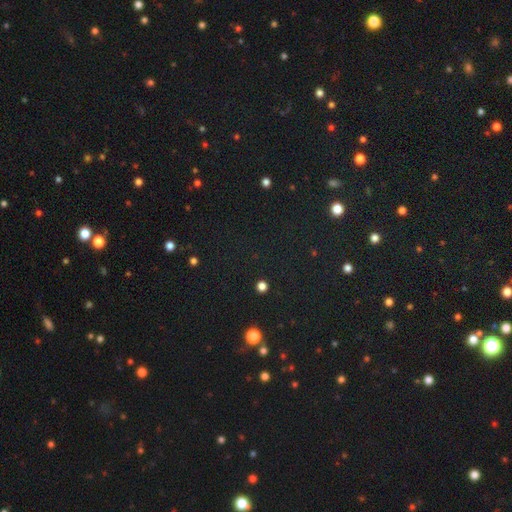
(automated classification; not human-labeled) This appears to be a star or artifact, not a galaxy (69%).